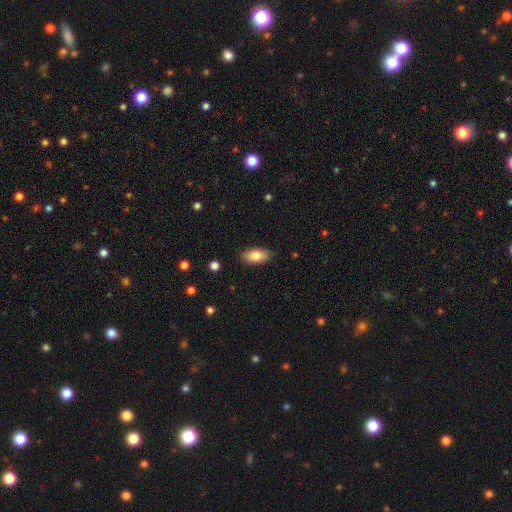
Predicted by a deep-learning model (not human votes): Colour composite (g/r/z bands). It shows a smooth galaxy with no disk features (80%) that is in between round and cigar-shaped (90%). Merging: none (87%).